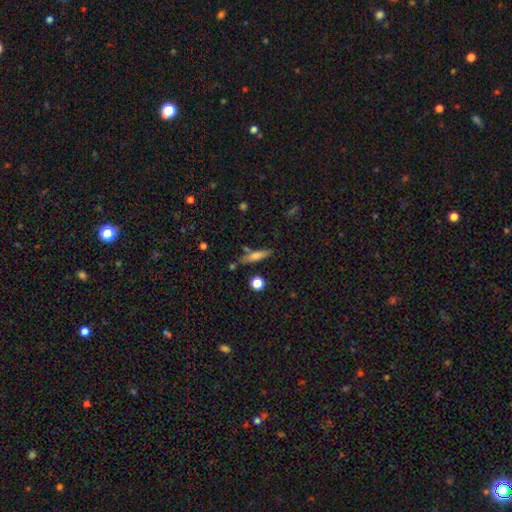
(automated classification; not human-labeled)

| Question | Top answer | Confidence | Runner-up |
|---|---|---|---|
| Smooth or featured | smooth | 64% | featured or disk (27%) |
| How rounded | cigar-shaped | 78% | in between (19%) |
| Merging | none | 75% | minor disturbance (14%) |